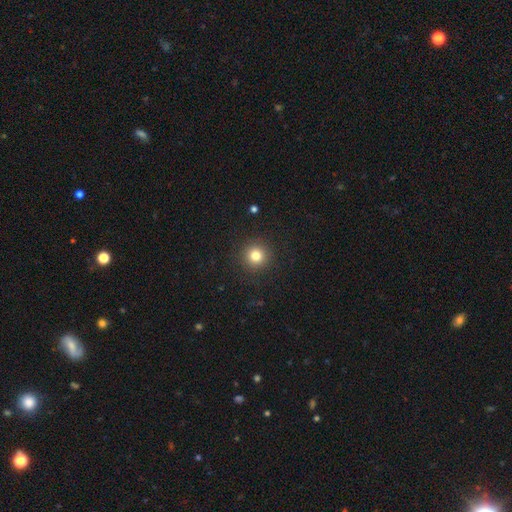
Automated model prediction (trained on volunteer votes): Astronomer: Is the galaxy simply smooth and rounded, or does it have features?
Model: smooth — 80%.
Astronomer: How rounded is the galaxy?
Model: round — 95%.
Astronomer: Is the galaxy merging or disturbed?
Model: none — 91%.